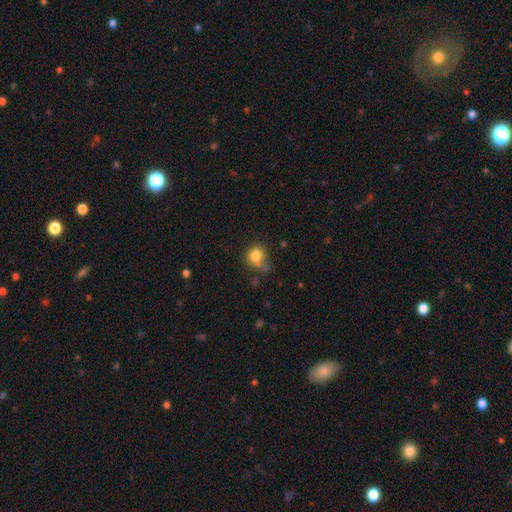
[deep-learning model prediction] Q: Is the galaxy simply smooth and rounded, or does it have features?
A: smooth — 80%.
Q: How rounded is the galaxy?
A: round — 74%.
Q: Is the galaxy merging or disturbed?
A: none — 47%.